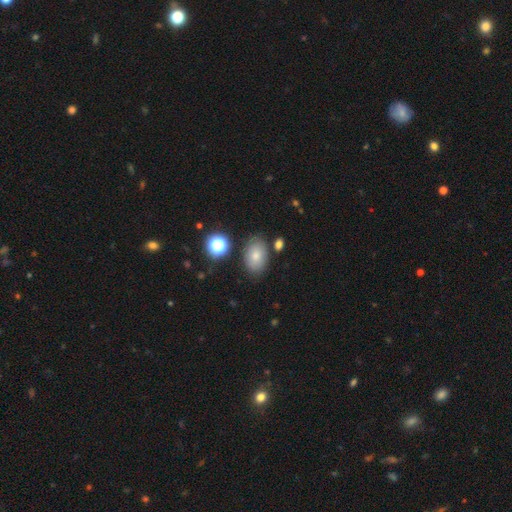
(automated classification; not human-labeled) This appears to be a smooth galaxy with no disk features (79%) that is in between round and cigar-shaped (86%). Merging: none (79%).